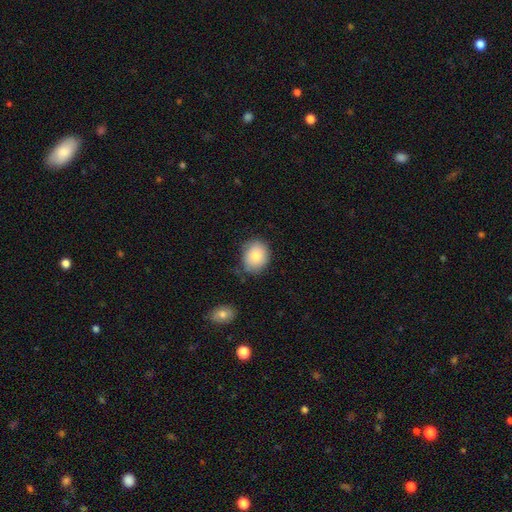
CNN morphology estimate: Smooth or featured? Predicted: smooth (p=0.83). How rounded? Predicted: round (p=0.57). Merging? Predicted: none (p=0.73).